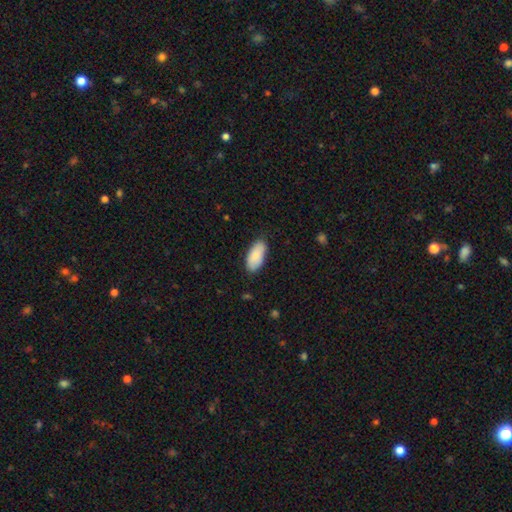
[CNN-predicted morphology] smooth-or-featured: smooth: 87% | featured or disk: 7% | star or artifact: 6%
  how-rounded: in between: 93% | cigar-shaped: 5% | round: 2%
  merging: none: 83% | minor disturbance: 14% | major disturbance: 2% | merger: 1%